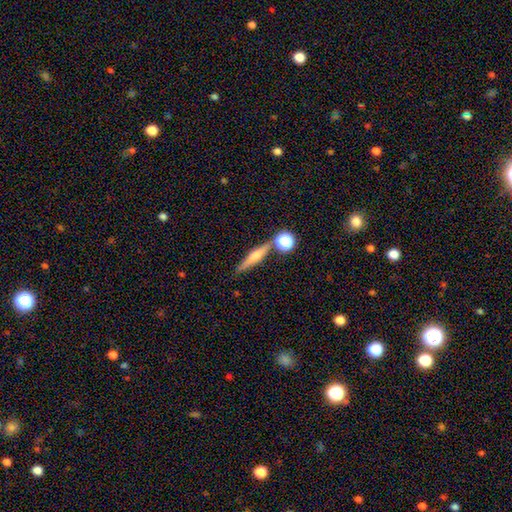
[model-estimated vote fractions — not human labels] Smooth or featured? featured or disk (54%)
Edge-on disk? yes (95%)
Edge-on bulge? rounded (81%)
Merging? none (77%)